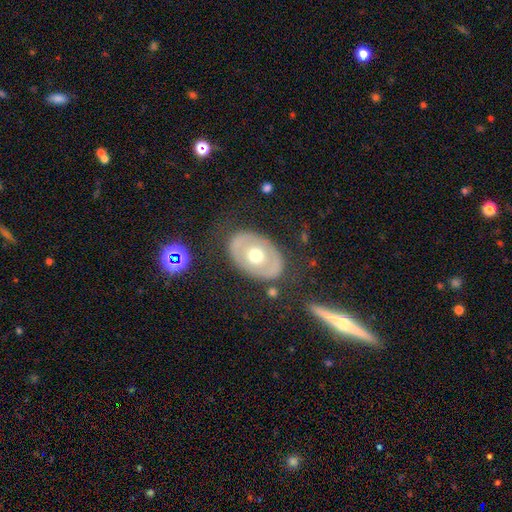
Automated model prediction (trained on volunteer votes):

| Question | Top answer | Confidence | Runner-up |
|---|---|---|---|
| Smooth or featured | featured or disk | 52% | smooth (41%) |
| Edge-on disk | no | 91% | yes (9%) |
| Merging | none | 79% | minor disturbance (12%) |